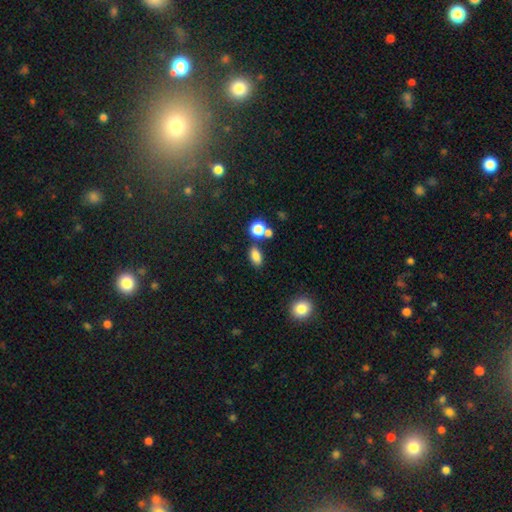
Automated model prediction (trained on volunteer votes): This is clearly a smooth galaxy (82%). How rounded: clearly in between (84%). Merging: likely none (72%).